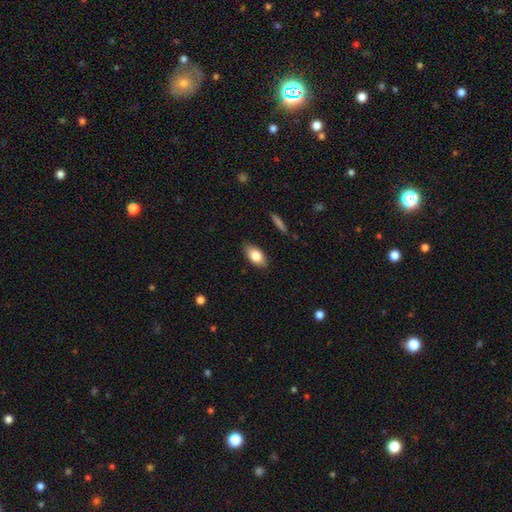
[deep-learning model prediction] Smooth or featured? Predicted: smooth (p=0.79). How rounded? Predicted: in between (p=0.90). Merging? Predicted: none (p=0.86).